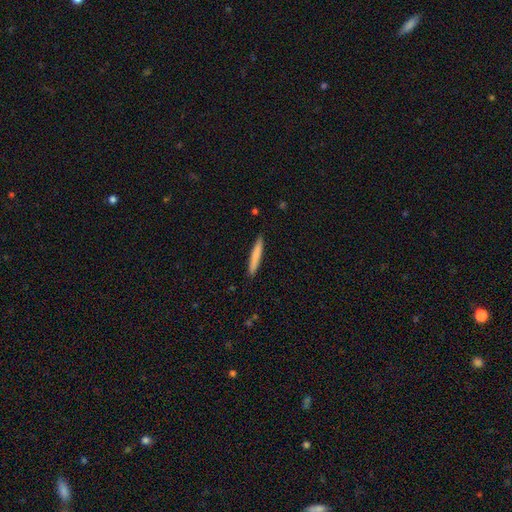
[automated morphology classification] Smooth or featured?
  - smooth: 80% *
  - featured or disk: 15%
  - star or artifact: 5%
How rounded?
  - cigar-shaped: 95% *
  - in between: 4%
  - round: 1%
Merging?
  - none: 91% *
  - minor disturbance: 7%
  - major disturbance: 1%
  - merger: 1%